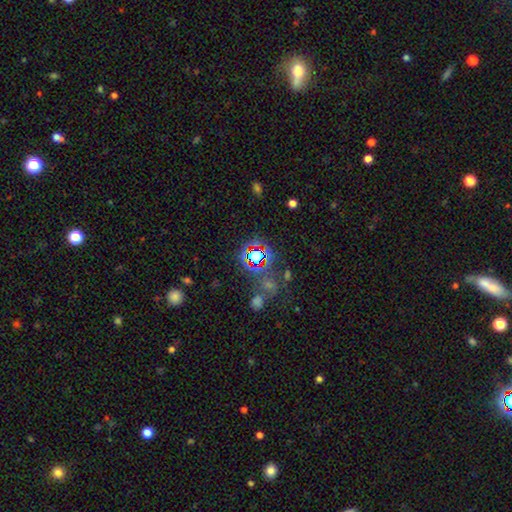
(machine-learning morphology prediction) A star or artifact, not a galaxy (68%).

Vote fractions:
- Smooth or featured? star or artifact: 68% / smooth: 22% / featured or disk: 10%